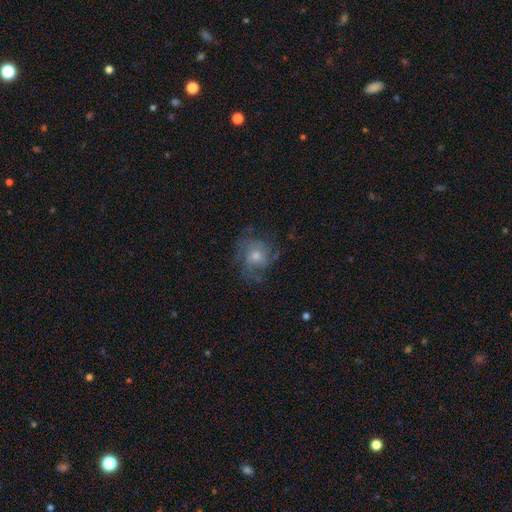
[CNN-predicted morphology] Smooth or featured? Predicted: featured or disk (p=0.62). Edge-on disk? Predicted: no (p=0.97). Bar? Predicted: no (p=0.79). Spiral arms? Predicted: yes (p=0.80). Bulge size? Predicted: moderate (p=0.51). Merging? Predicted: none (p=0.64).